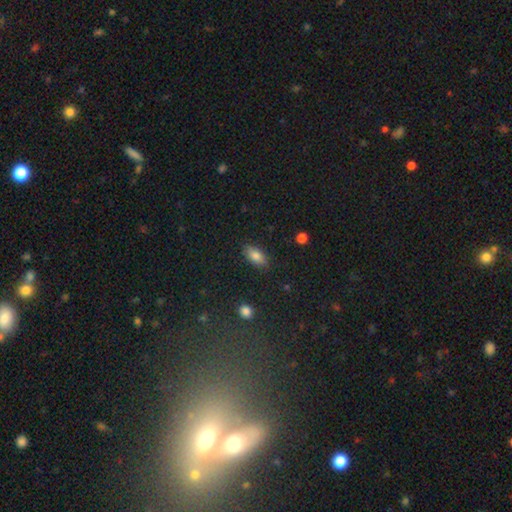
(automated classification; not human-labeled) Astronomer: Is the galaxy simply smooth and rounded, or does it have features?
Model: smooth — 81%.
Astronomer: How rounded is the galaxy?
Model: in between — 86%.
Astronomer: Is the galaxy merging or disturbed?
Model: none — 86%.